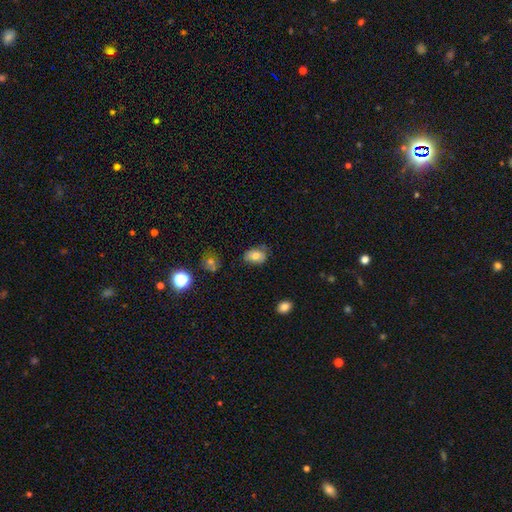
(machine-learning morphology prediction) Smooth or featured? smooth (76%)
How rounded? in between (81%)
Merging? none (64%)